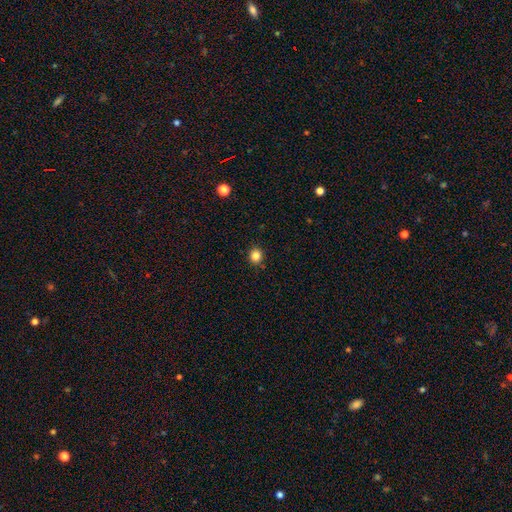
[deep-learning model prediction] smooth 84%, star or artifact 12%, featured or disk 4%. Down the decision tree: how rounded — round (82%); merging — none (88%).